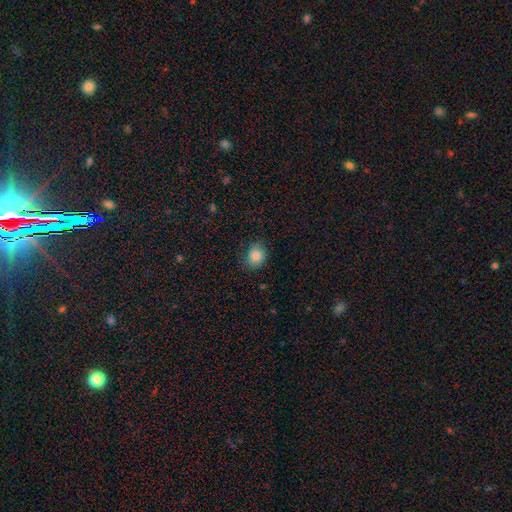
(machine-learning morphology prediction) Smooth or featured? smooth (85%)
How rounded? round (51%)
Merging? none (79%)